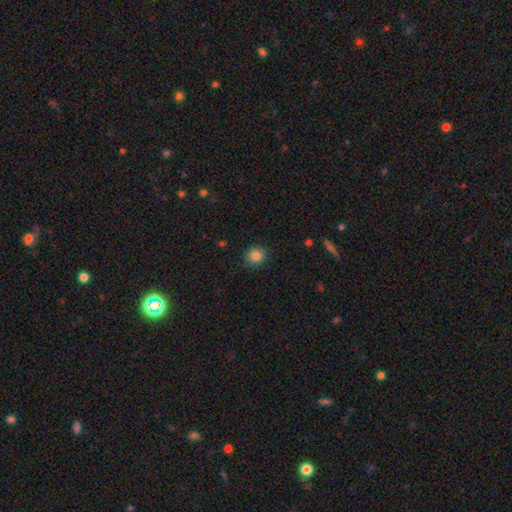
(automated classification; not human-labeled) Smooth or featured? smooth (84%)
How rounded? round (86%)
Merging? none (89%)